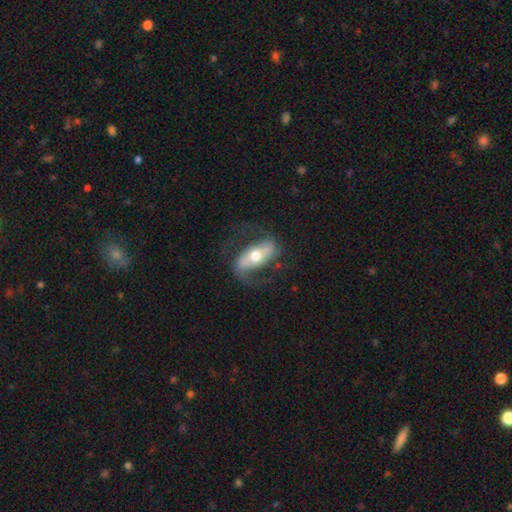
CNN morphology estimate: Smooth or featured?
  - featured or disk: 71% *
  - smooth: 23%
  - star or artifact: 6%
Edge-on disk?
  - no: 89% *
  - yes: 11%
Bar?
  - strong: 47% *
  - no: 28%
  - weak: 26%
Spiral arms?
  - yes: 85% *
  - no: 15%
Spiral winding?
  - loose: 47% *
  - medium: 40%
  - tight: 14%
Spiral arm count?
  - 2: 89% *
  - can't tell: 5%
  - 1: 3%
  - 3: 1%
  - 4: 1%
  - more than 4: 1%
Bulge size?
  - moderate: 71% *
  - small: 14%
  - large: 12%
  - dominant: 2%
  - none: 1%
Merging?
  - none: 69% *
  - minor disturbance: 16%
  - major disturbance: 14%
  - merger: 2%